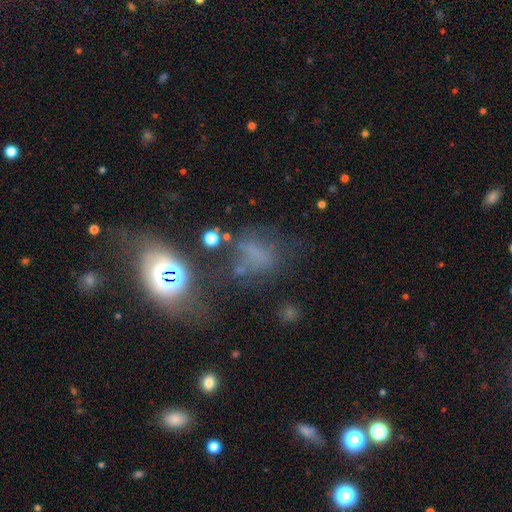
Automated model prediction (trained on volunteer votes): A smooth galaxy with no disk features (40%).

Vote fractions:
- Smooth or featured? smooth: 40% / star or artifact: 38% / featured or disk: 22%
- Merging? none: 43% / major disturbance: 26% / minor disturbance: 22% / merger: 10%